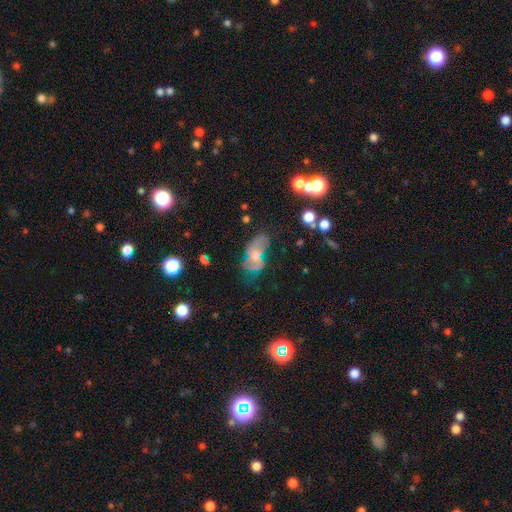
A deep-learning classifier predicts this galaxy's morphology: Smooth or featured? Predicted: featured or disk (p=0.57). Edge-on disk? Predicted: no (p=0.92). Bar? Predicted: no (p=0.72). Spiral arms? Predicted: yes (p=0.60). Bulge size? Predicted: moderate (p=0.51). Merging? Predicted: none (p=0.42).